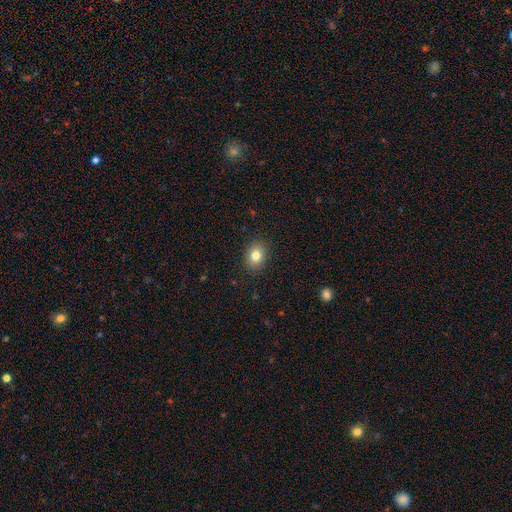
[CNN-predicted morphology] A smooth galaxy with no disk features (81%) that is in between round and cigar-shaped (58%). Merging: none (88%).